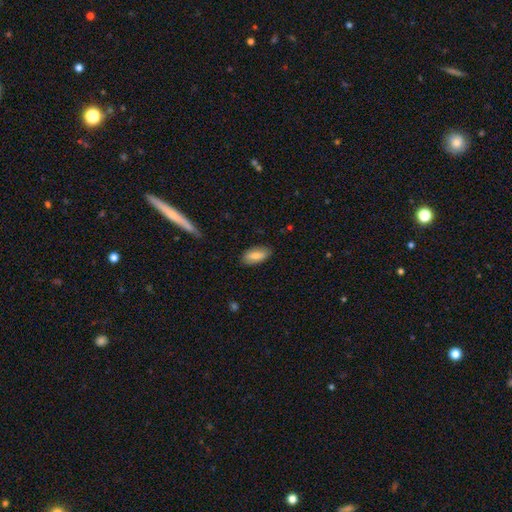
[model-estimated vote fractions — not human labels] This is likely a smooth galaxy (76%). How rounded: clearly in between (88%). Merging: clearly none (85%).